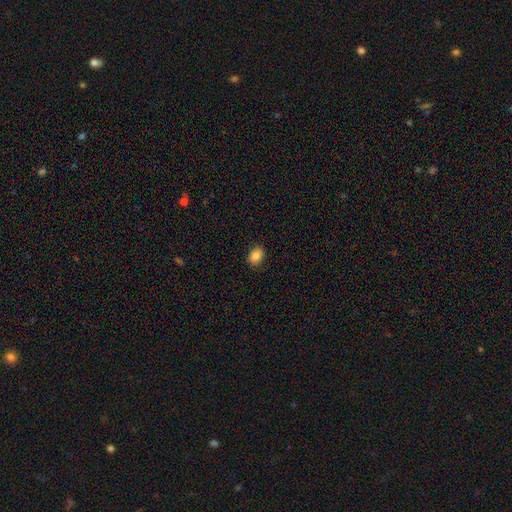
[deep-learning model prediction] Morphology: type=smooth (85%); roundness=in between (68%); merging=none (88%).